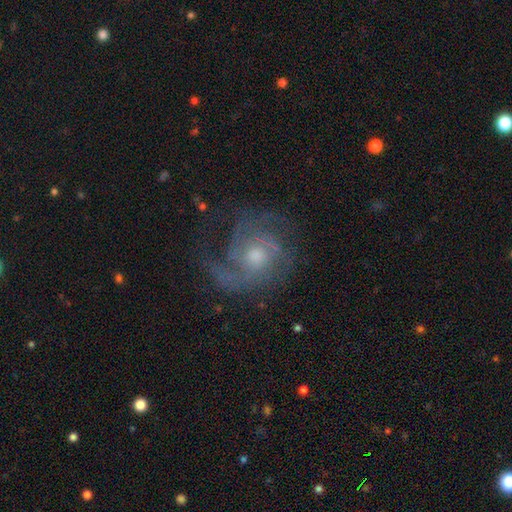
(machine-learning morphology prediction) Smooth or featured? featured or disk (83%)
Edge-on disk? no (98%)
Bar? no (73%)
Spiral arms? yes (94%)
Spiral winding? medium (45%)
Spiral arm count? 2 (32%)
Bulge size? moderate (59%)
Merging? none (63%)